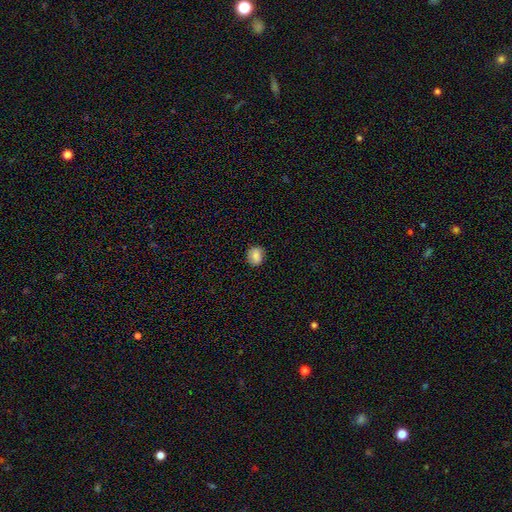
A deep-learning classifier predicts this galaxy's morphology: This is clearly a smooth galaxy (84%). How rounded: likely round (70%). Merging: clearly none (85%).